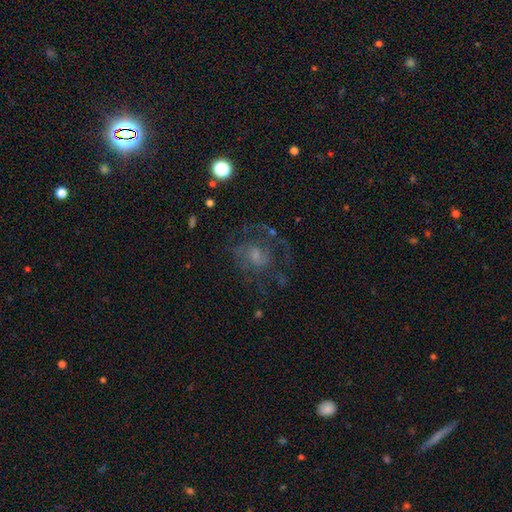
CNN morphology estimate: smooth_or_featured: featured or disk (p=0.63) [alt: smooth p=0.22]
disk_edge_on: no (p=0.97) [alt: yes p=0.03]
bar: no (p=0.66) [alt: weak p=0.30]
has_spiral_arms: yes (p=0.70) [alt: no p=0.30]
bulge_size: small (p=0.49) [alt: moderate p=0.30]
merging: none (p=0.53) [alt: major disturbance p=0.28]